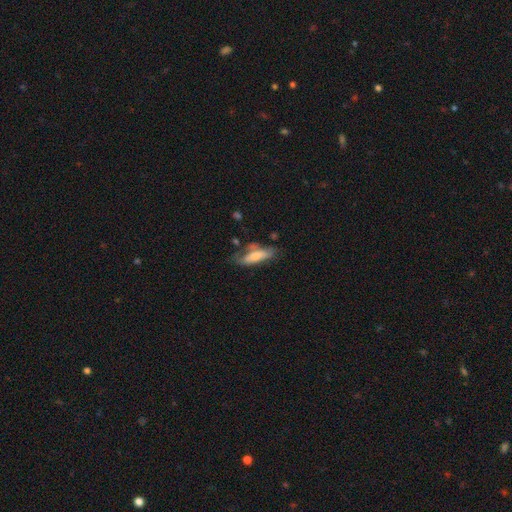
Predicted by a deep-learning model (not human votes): This appears to be a smooth galaxy with no disk features (63%) that is in between round and cigar-shaped (55%). Merging: none (44%).